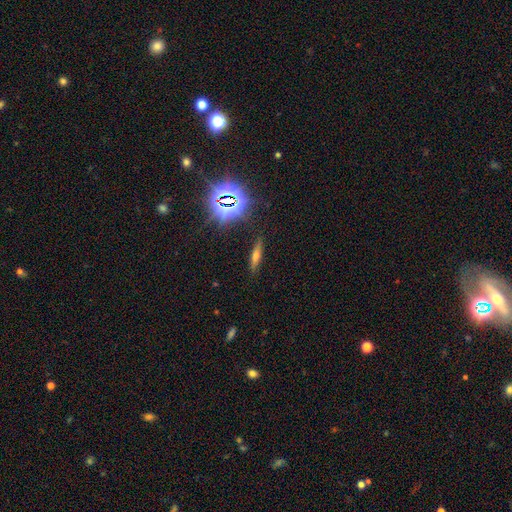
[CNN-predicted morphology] This is marginally a smooth galaxy (42%). Merging: clearly none (86%).